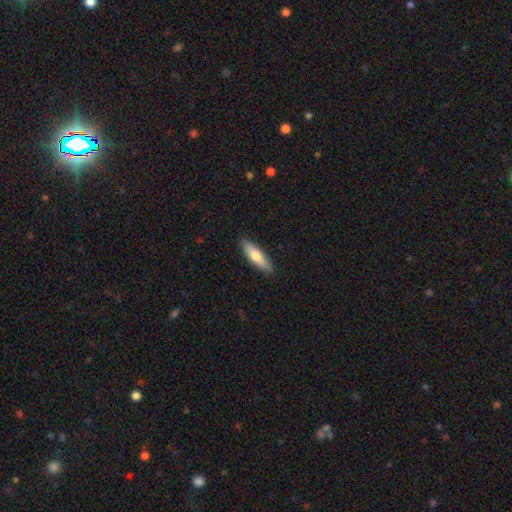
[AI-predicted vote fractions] smooth-or-featured: smooth: 72% | featured or disk: 23% | star or artifact: 5%
  how-rounded: cigar-shaped: 56% | in between: 42% | round: 2%
  merging: none: 89% | minor disturbance: 8% | major disturbance: 2% | merger: 1%